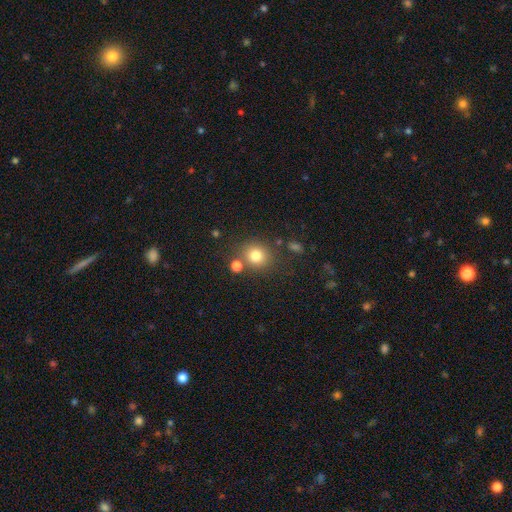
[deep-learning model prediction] smooth 79%, star or artifact 13%, featured or disk 8%. Down the decision tree: how rounded — round (85%); merging — none (75%).